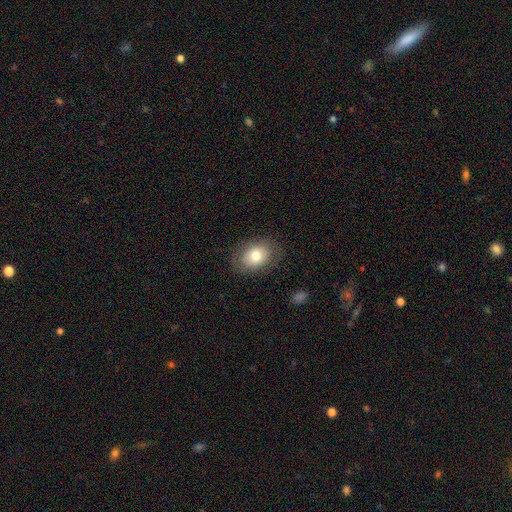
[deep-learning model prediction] A smooth galaxy with no disk features (75%) that is in between round and cigar-shaped (70%). Merging: none (82%).